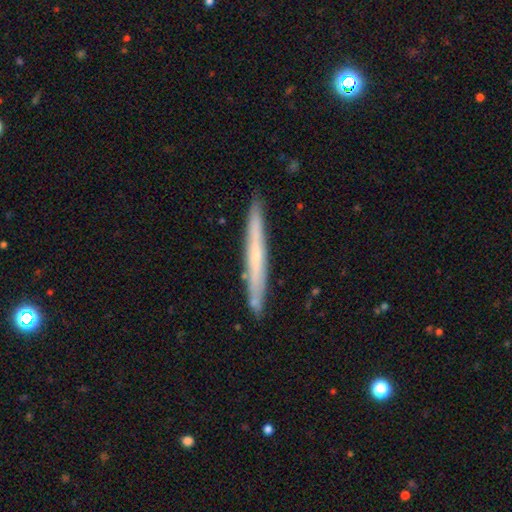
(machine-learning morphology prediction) smooth_or_featured: featured or disk (p=0.52) [alt: smooth p=0.42]
disk_edge_on: yes (p=0.95) [alt: no p=0.05]
merging: none (p=0.89) [alt: minor disturbance p=0.08]